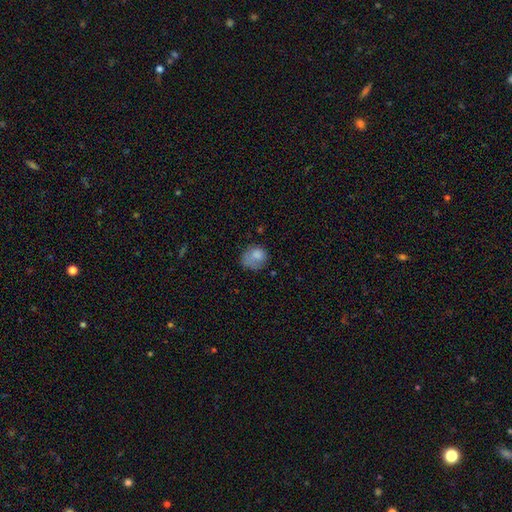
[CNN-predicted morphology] Smooth or featured?
  - smooth: 76% *
  - featured or disk: 14%
  - star or artifact: 9%
How rounded?
  - round: 64% *
  - in between: 35%
  - cigar-shaped: 1%
Merging?
  - none: 43% *
  - minor disturbance: 29%
  - major disturbance: 22%
  - merger: 6%